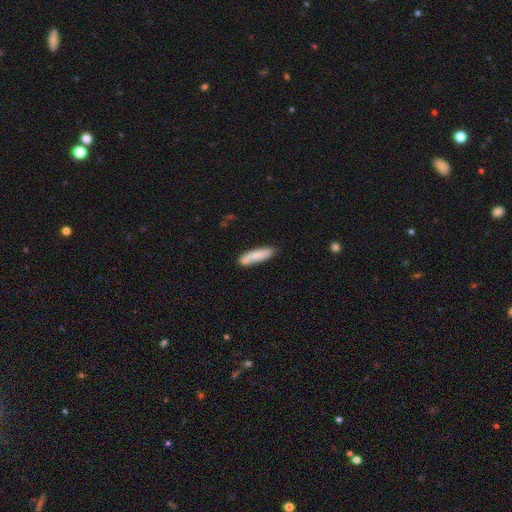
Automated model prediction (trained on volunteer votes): A smooth galaxy with no disk features (76%) that is cigar-shaped (71%).

Vote fractions:
- Smooth or featured? smooth: 76% / featured or disk: 18% / star or artifact: 6%
- How rounded? cigar-shaped: 71% / in between: 27% / round: 2%
- Merging? none: 73% / minor disturbance: 18% / merger: 6% / major disturbance: 3%